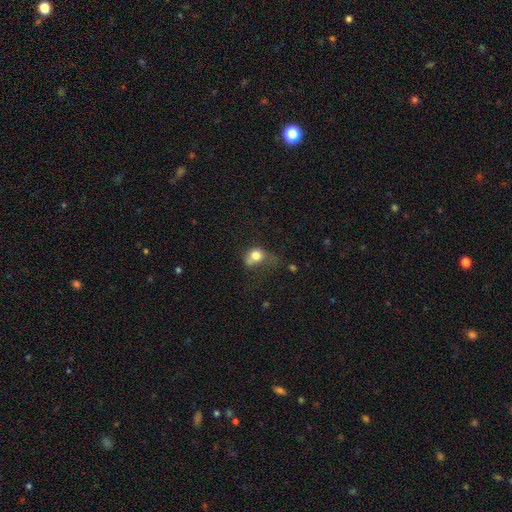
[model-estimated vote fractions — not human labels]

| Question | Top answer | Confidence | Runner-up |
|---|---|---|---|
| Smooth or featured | smooth | 75% | featured or disk (14%) |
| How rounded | round | 56% | in between (42%) |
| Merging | major disturbance | 34% | minor disturbance (28%) |